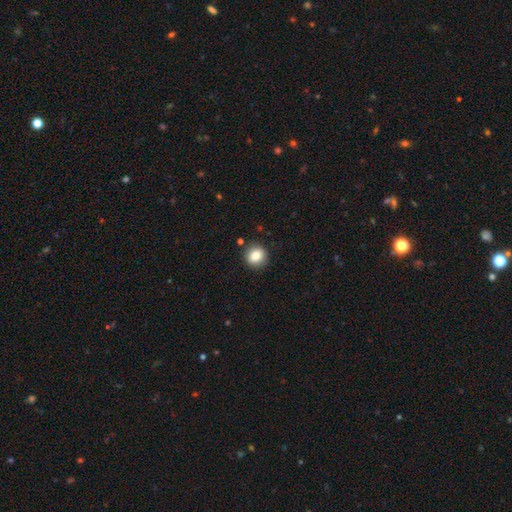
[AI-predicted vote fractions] Overall: smooth (85%). How rounded: round (83%). Merging: none (88%).